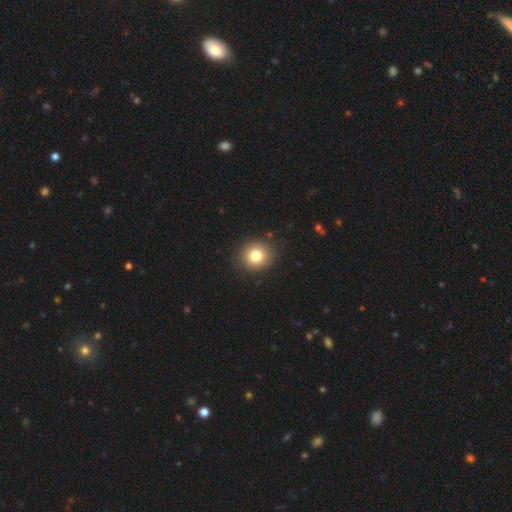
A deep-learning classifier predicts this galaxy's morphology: Smooth or featured? Predicted: smooth (p=0.80). How rounded? Predicted: round (p=0.87). Merging? Predicted: none (p=0.89).